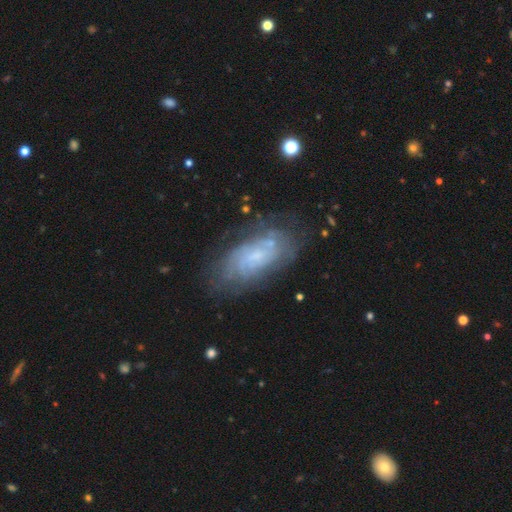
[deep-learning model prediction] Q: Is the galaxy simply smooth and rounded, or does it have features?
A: featured or disk — 67%.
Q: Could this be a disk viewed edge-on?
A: no — 92%.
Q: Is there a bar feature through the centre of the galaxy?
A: no — 69%.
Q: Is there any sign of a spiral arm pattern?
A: yes — 79%.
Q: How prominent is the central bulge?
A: small — 65%.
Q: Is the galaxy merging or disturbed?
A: none — 69%.